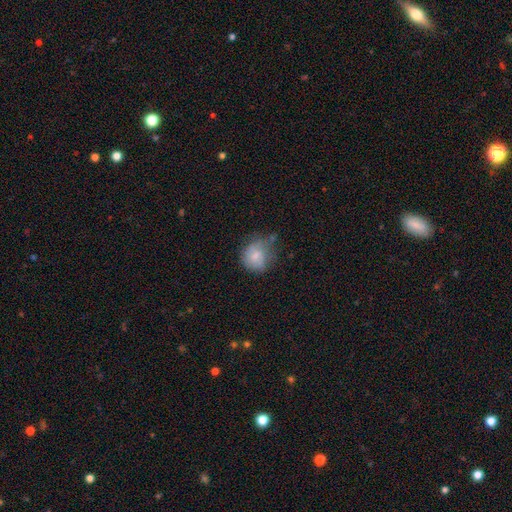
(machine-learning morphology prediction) Smooth or featured?
  - smooth: 75% *
  - featured or disk: 17%
  - star or artifact: 8%
How rounded?
  - round: 72% *
  - in between: 27%
  - cigar-shaped: 1%
Merging?
  - none: 42% *
  - minor disturbance: 35%
  - major disturbance: 17%
  - merger: 6%